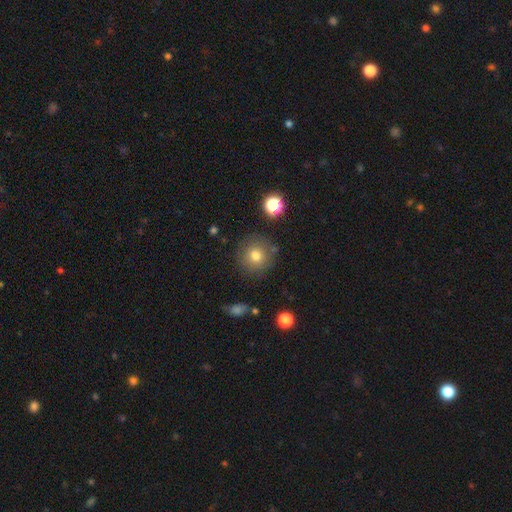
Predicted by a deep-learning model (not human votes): A smooth galaxy with no disk features (77%) that is round (93%). Merging: none (83%).